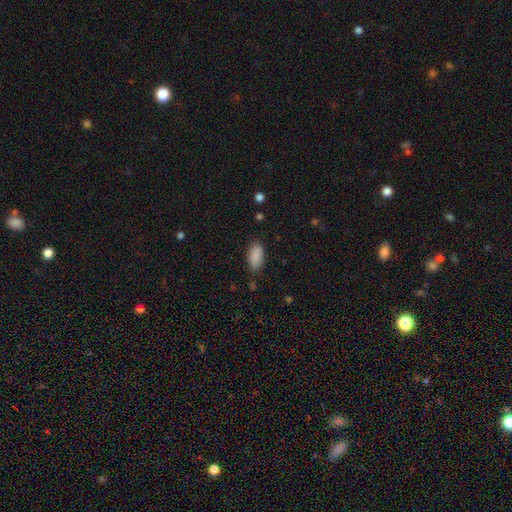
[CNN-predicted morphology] Smooth or featured: smooth — 89% (star or artifact — 7%)
How rounded: in between — 92% (cigar-shaped — 6%)
Merging: none — 84% (minor disturbance — 12%)